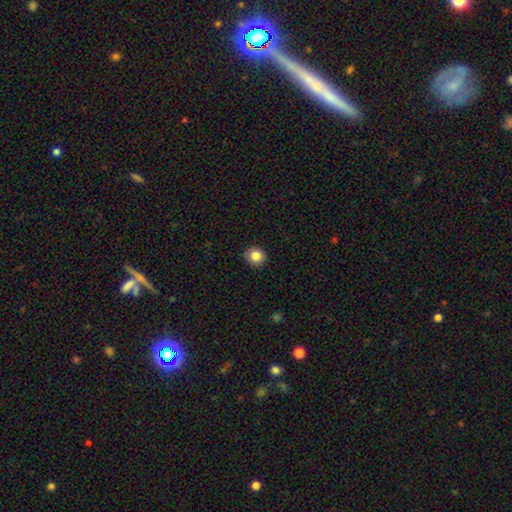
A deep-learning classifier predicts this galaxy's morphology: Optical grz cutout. It shows a smooth galaxy with no disk features (84%) that is round (89%). Merging: none (92%).